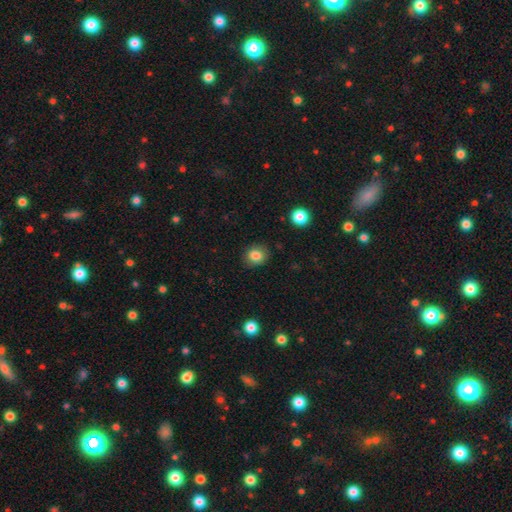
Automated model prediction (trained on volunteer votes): Smooth or featured? Predicted: smooth (p=0.84). How rounded? Predicted: round (p=0.73). Merging? Predicted: none (p=0.87).